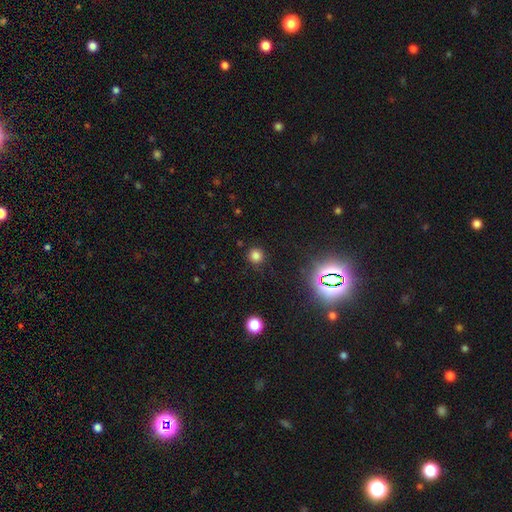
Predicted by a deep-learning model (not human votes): smooth_or_featured: smooth (p=0.77) [alt: star or artifact p=0.19]
how_rounded: round (p=0.93) [alt: in between p=0.06]
merging: none (p=0.86) [alt: minor disturbance p=0.09]